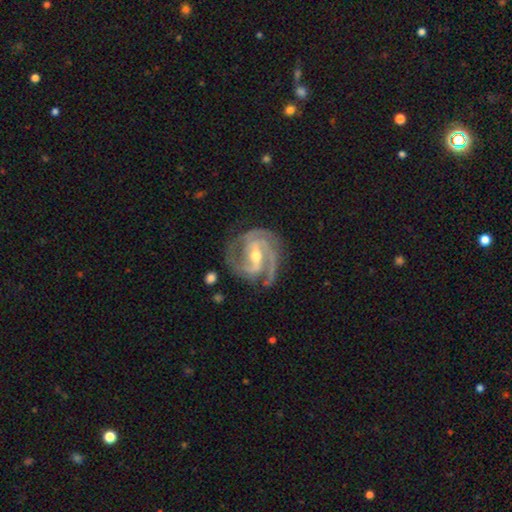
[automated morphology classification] A featured or disk galaxy (93%) with a strong bar (43%), 3 (54%) tight (55%) spiral arms (99%) and a moderate central bulge (60%). Merging: none (75%).